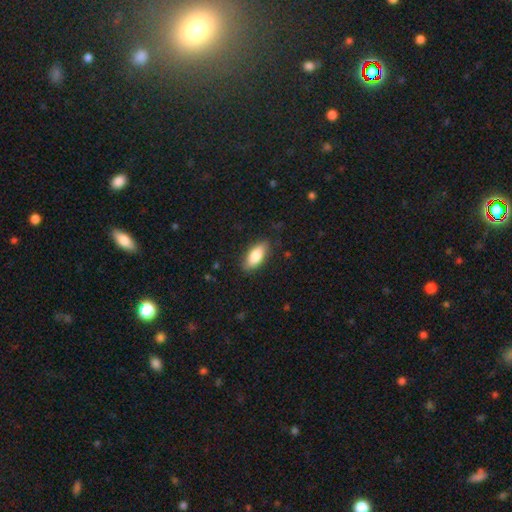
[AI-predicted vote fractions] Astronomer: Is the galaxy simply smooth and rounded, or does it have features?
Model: smooth — 82%.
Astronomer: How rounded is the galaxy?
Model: in between — 85%.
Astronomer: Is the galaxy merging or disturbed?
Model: none — 83%.